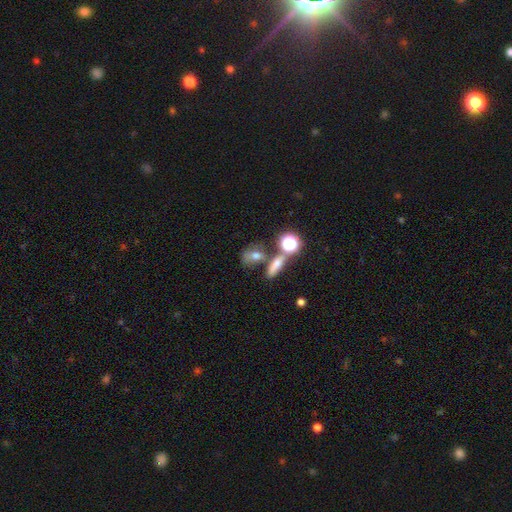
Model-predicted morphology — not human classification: smooth 64%, featured or disk 18%, star or artifact 18%. Down the decision tree: how rounded — in between (52%); merging — none (49%).